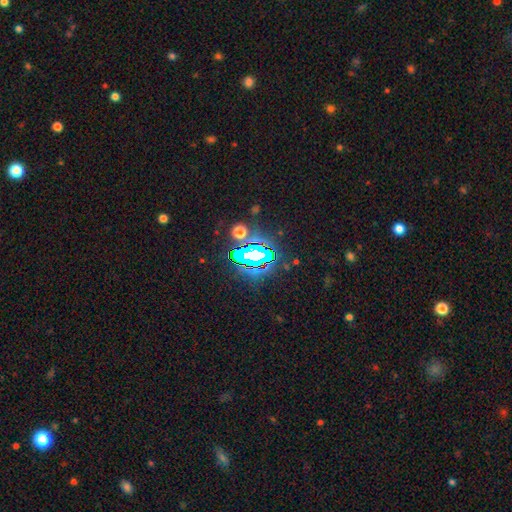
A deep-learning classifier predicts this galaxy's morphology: smooth_or_featured: star or artifact (p=0.74) [alt: smooth p=0.15]